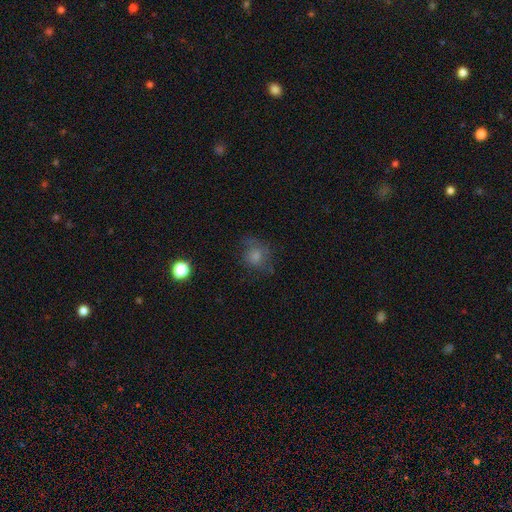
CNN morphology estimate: A smooth galaxy with no disk features (68%) that is round (62%). Merging: none (54%).